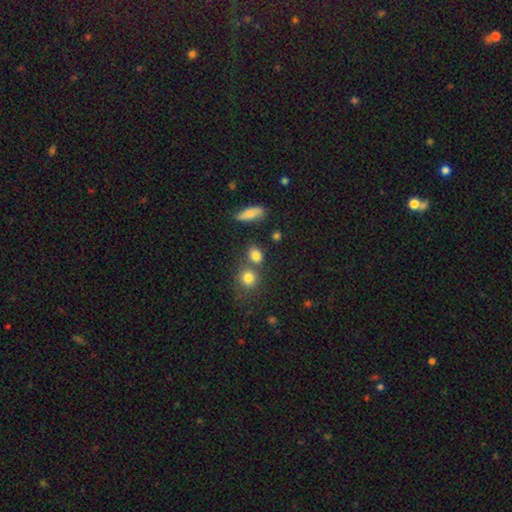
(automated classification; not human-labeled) The model was most divided on "how rounded": round: 51%, in between: 46%, cigar-shaped: 3%. More confident: smooth or featured — smooth (80%); merging — none (60%).